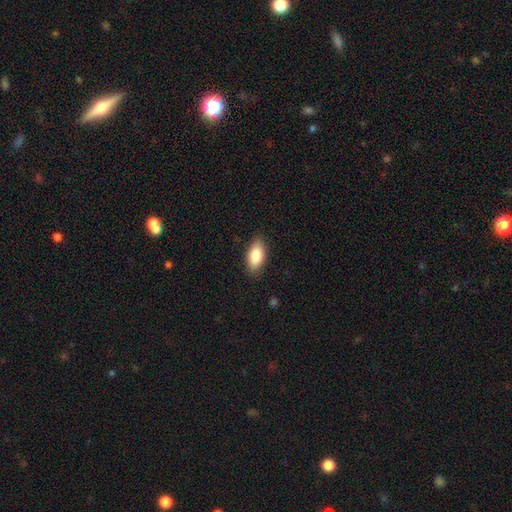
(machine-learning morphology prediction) A smooth galaxy with no disk features (84%) that is in between round and cigar-shaped (90%).

Vote fractions:
- Smooth or featured? smooth: 84% / featured or disk: 9% / star or artifact: 7%
- How rounded? in between: 90% / cigar-shaped: 7% / round: 3%
- Merging? none: 87% / minor disturbance: 10% / major disturbance: 2% / merger: 1%